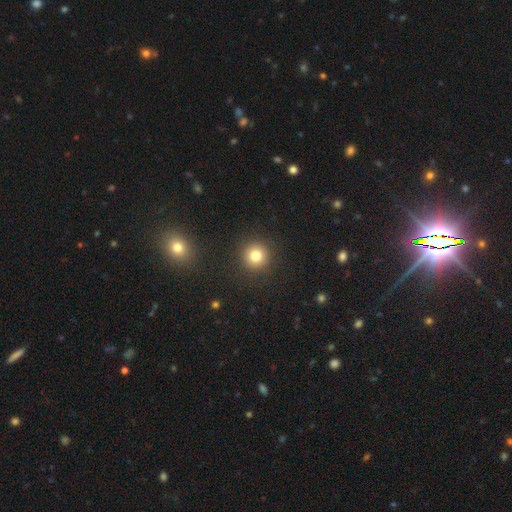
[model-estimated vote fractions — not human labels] smooth_or_featured: smooth (p=0.81) [alt: star or artifact p=0.12]
how_rounded: round (p=0.94) [alt: in between p=0.05]
merging: none (p=0.91) [alt: minor disturbance p=0.05]